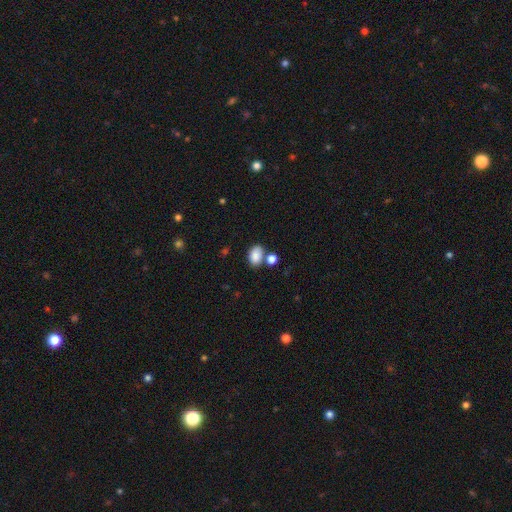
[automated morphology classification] smooth_or_featured: smooth (p=0.86) [alt: star or artifact p=0.08]
how_rounded: in between (p=0.83) [alt: round p=0.16]
merging: none (p=0.60) [alt: merger p=0.23]